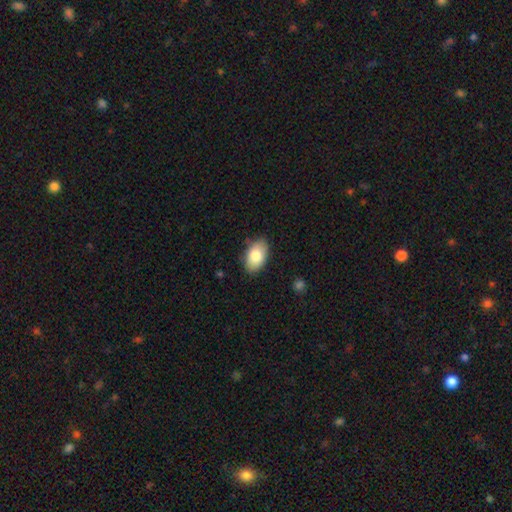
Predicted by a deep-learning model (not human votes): A smooth galaxy with no disk features (81%) that is in between round and cigar-shaped (92%).

Vote fractions:
- Smooth or featured? smooth: 81% / featured or disk: 12% / star or artifact: 7%
- How rounded? in between: 92% / round: 7% / cigar-shaped: 1%
- Merging? none: 84% / minor disturbance: 12% / major disturbance: 2% / merger: 1%